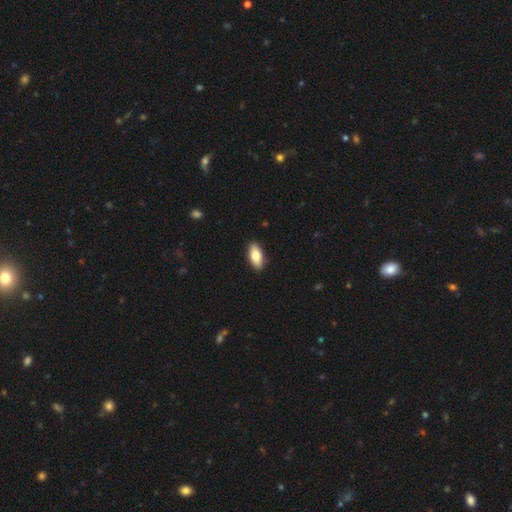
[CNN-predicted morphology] smooth 80%, featured or disk 14%, star or artifact 6%. Down the decision tree: how rounded — in between (87%); merging — none (89%).